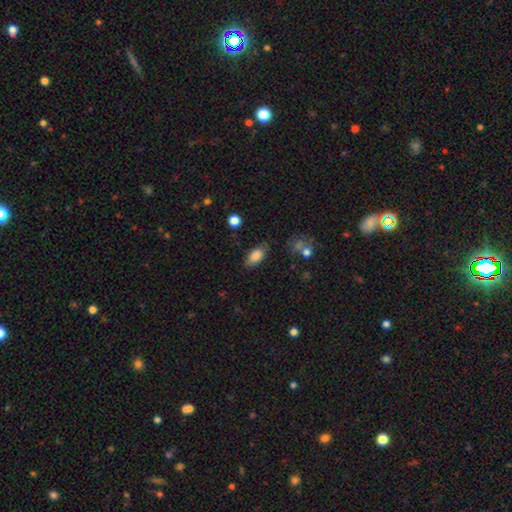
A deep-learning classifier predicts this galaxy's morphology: smooth-or-featured: smooth: 84% | featured or disk: 8% | star or artifact: 8%
  how-rounded: in between: 90% | cigar-shaped: 6% | round: 4%
  merging: none: 75% | minor disturbance: 18% | major disturbance: 4% | merger: 2%